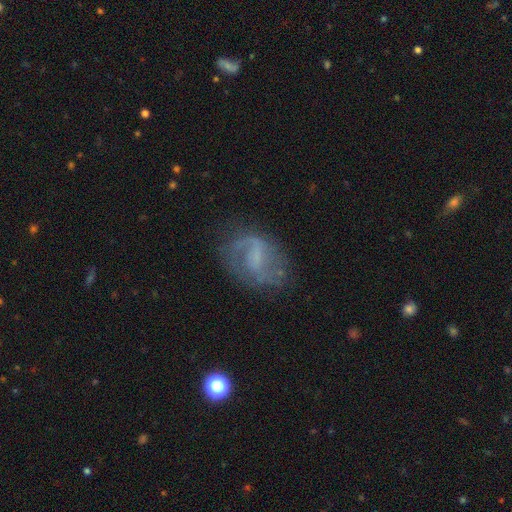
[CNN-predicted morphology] A featured or disk galaxy (72%) with a weak bar (50%), 2 (72%) medium (41%) spiral arms (82%) and no central bulge (50%).

Vote fractions:
- Smooth or featured? featured or disk: 72% / smooth: 18% / star or artifact: 10%
- Edge-on disk? no: 97% / yes: 3%
- Bar? weak: 50% / no: 26% / strong: 24%
- Spiral arms? yes: 82% / no: 18%
- Spiral winding? medium: 41% / loose: 40% / tight: 18%
- Spiral arm count? 2: 72% / can't tell: 13% / 1: 11% / 3: 2% / 4: 1% / more than 4: 1%
- Bulge size? none: 50% / small: 32% / moderate: 14% / large: 3% / dominant: 1%
- Merging? none: 66% / minor disturbance: 19% / major disturbance: 12% / merger: 2%